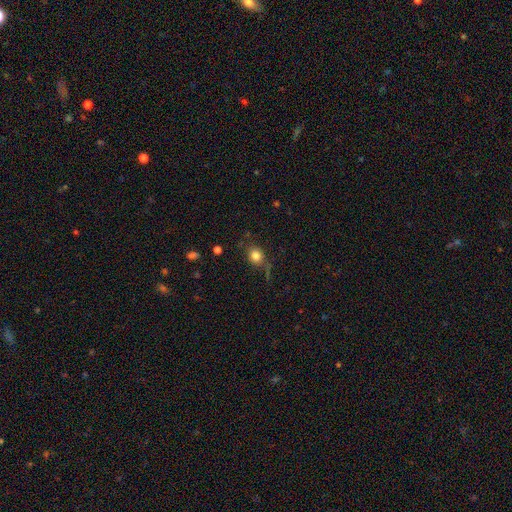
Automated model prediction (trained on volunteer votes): Q: Smooth or featured?
A: smooth (81%); runner-up: star or artifact (11%)
Q: How rounded?
A: round (70%); runner-up: in between (29%)
Q: Merging?
A: none (70%); runner-up: minor disturbance (17%)